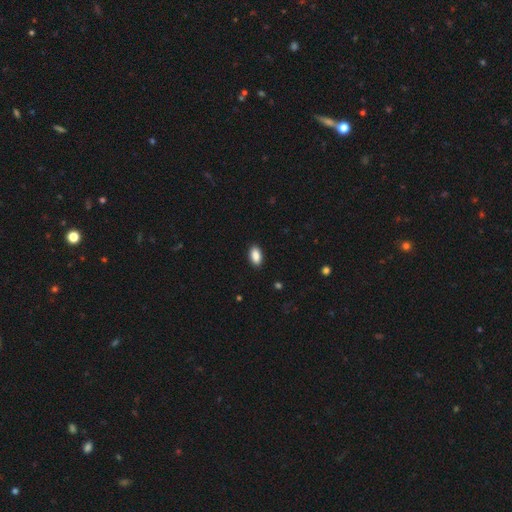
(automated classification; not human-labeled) A smooth galaxy with no disk features (90%) that is in between round and cigar-shaped (93%). Merging: none (89%).